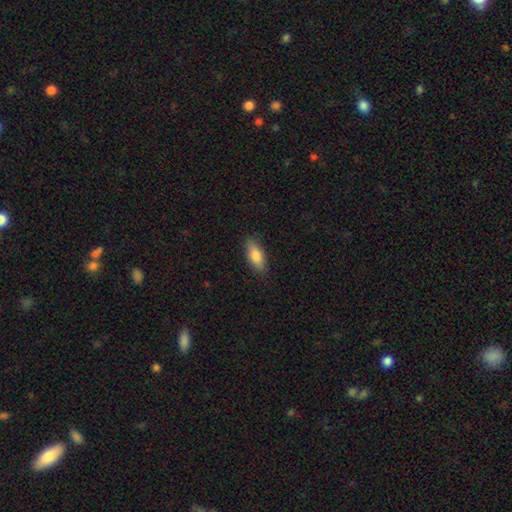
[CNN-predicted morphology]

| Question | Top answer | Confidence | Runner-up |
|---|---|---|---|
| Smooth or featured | smooth | 81% | featured or disk (13%) |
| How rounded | in between | 80% | cigar-shaped (18%) |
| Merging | none | 86% | minor disturbance (11%) |